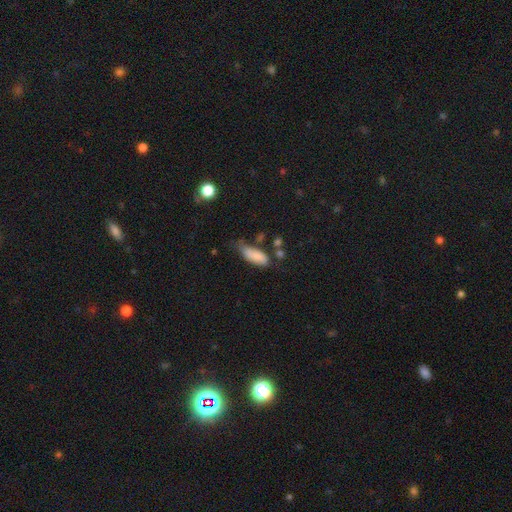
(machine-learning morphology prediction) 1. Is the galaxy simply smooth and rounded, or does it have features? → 82% smooth, 11% featured or disk, 7% star or artifact.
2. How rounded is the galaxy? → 74% in between, 24% cigar-shaped, 2% round.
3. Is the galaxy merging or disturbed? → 41% none, 38% minor disturbance, 14% major disturbance, 8% merger.